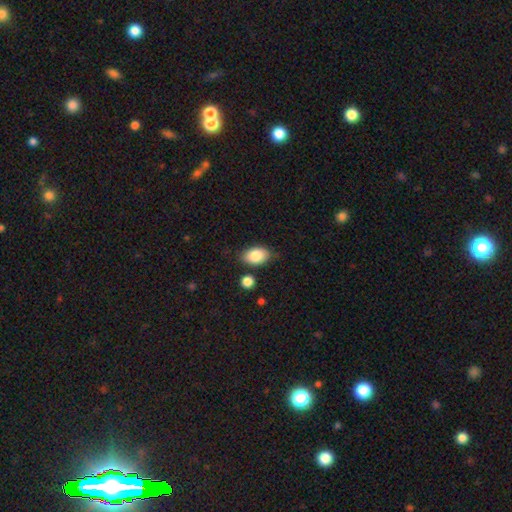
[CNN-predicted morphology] Smooth or featured?
  - smooth: 84% *
  - featured or disk: 9%
  - star or artifact: 7%
How rounded?
  - in between: 87% *
  - round: 11%
  - cigar-shaped: 1%
Merging?
  - none: 75% *
  - minor disturbance: 16%
  - merger: 5%
  - major disturbance: 4%